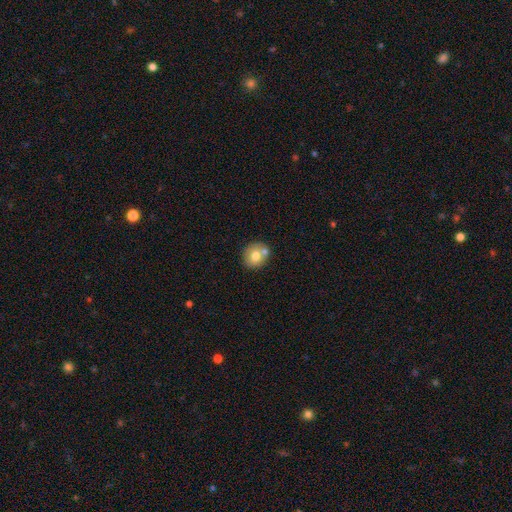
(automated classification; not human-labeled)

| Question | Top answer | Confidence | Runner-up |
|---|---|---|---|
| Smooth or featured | smooth | 72% | featured or disk (18%) |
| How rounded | round | 80% | in between (19%) |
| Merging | none | 62% | merger (25%) |